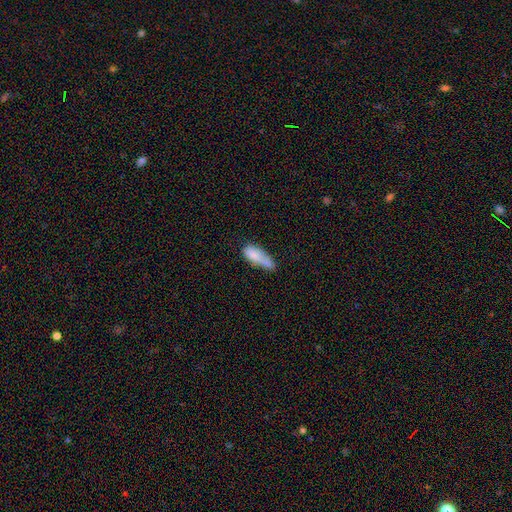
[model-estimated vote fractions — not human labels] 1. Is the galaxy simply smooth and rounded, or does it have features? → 78% smooth, 14% featured or disk, 8% star or artifact.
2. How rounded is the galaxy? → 61% in between, 37% cigar-shaped, 3% round.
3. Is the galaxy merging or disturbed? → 34% none, 33% minor disturbance, 18% merger, 15% major disturbance.